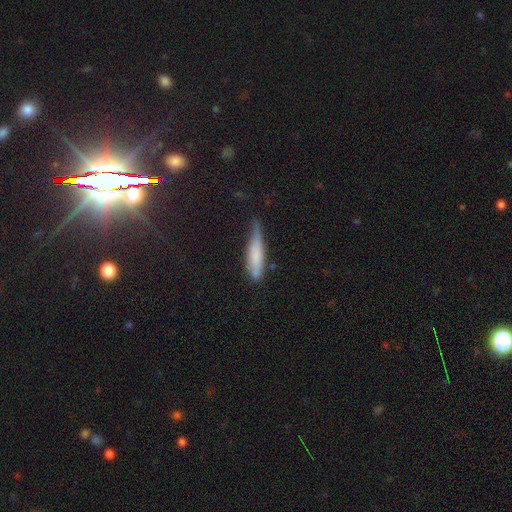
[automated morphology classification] Smooth or featured? smooth (69%)
How rounded? cigar-shaped (81%)
Merging? none (45%)